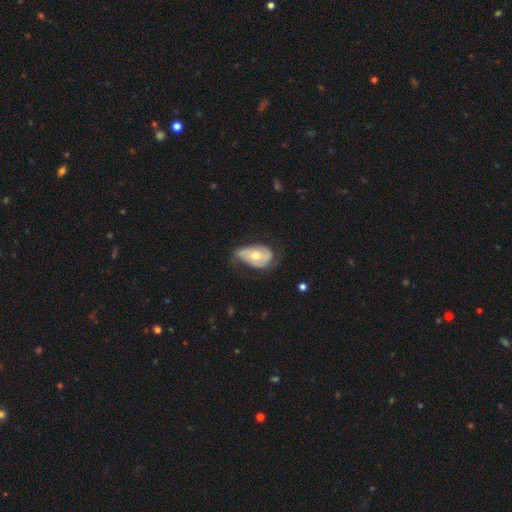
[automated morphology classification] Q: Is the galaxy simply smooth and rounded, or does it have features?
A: featured or disk — 58%.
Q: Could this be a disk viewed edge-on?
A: no — 94%.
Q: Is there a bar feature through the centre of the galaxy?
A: no — 72%.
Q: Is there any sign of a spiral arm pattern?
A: yes — 70%.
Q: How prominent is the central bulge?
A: moderate — 68%.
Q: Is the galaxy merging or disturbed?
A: minor disturbance — 40%.